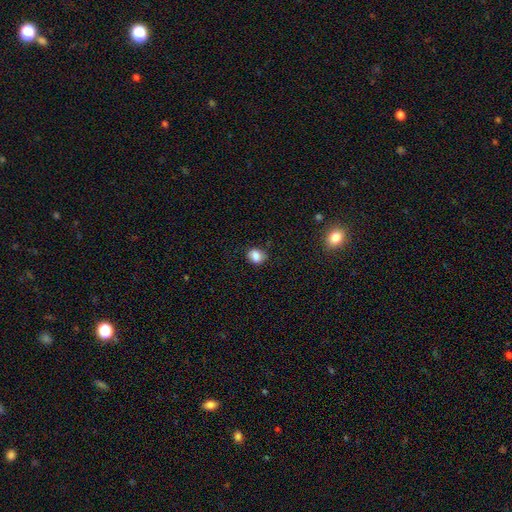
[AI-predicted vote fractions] Q: Smooth or featured?
A: smooth (83%); runner-up: star or artifact (10%)
Q: How rounded?
A: round (54%); runner-up: in between (45%)
Q: Merging?
A: none (75%); runner-up: minor disturbance (18%)